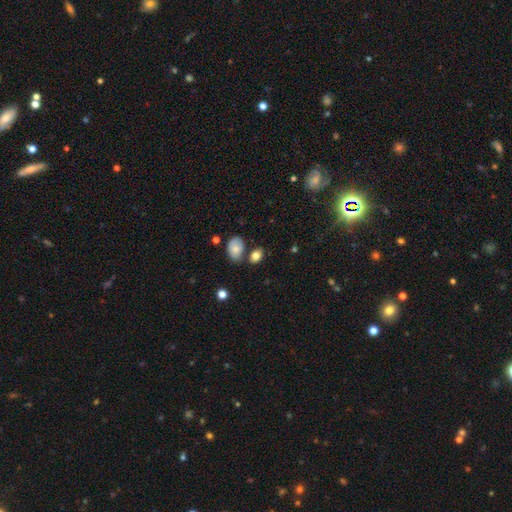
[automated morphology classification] Overall: smooth (83%). How rounded: in between (76%). Merging: none (67%).